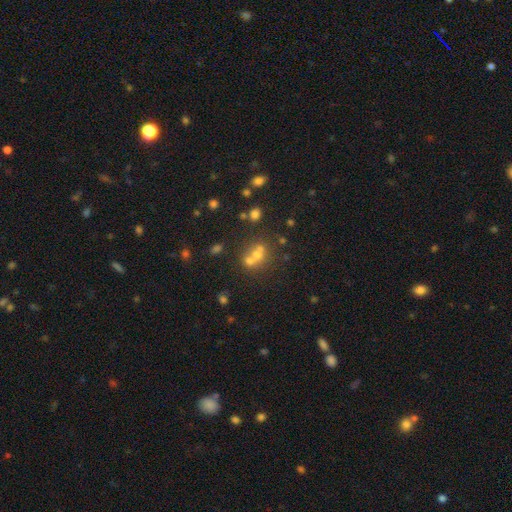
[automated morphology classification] The model was most divided on "merging": merger: 54%, none: 33%, minor disturbance: 8%, major disturbance: 5%. More confident: how rounded — round (68%); smooth or featured — smooth (56%).